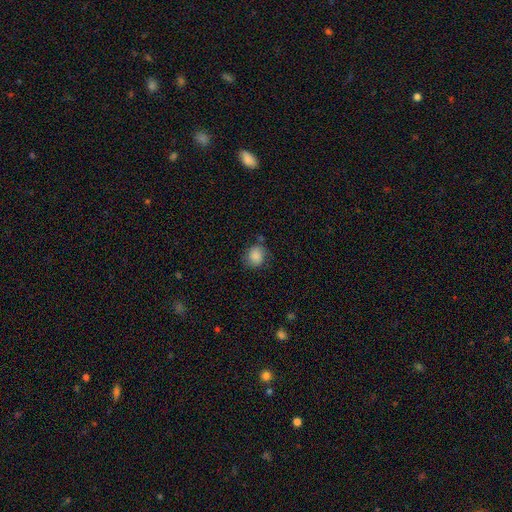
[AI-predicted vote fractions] Smooth or featured: smooth — 83% (featured or disk — 9%)
How rounded: round — 77% (in between — 22%)
Merging: none — 66% (minor disturbance — 23%)